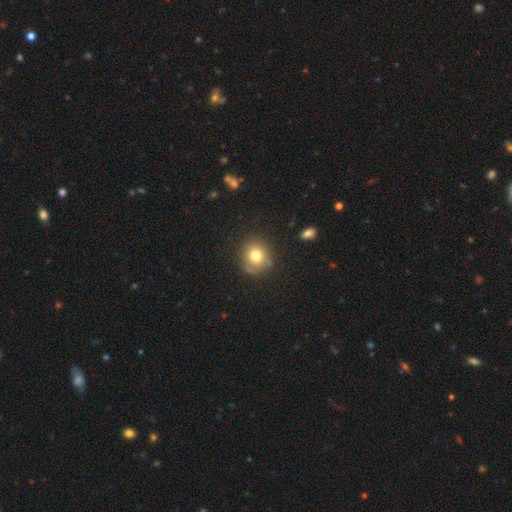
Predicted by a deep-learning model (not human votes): smooth_or_featured: smooth (p=0.77) [alt: star or artifact p=0.12]
how_rounded: round (p=0.87) [alt: in between p=0.12]
merging: none (p=0.81) [alt: minor disturbance p=0.13]